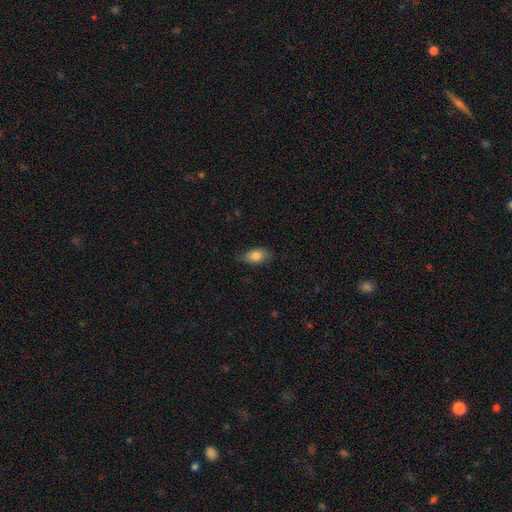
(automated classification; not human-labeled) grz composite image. It shows a smooth galaxy with no disk features (82%) that is in between round and cigar-shaped (89%). Merging: none (76%).